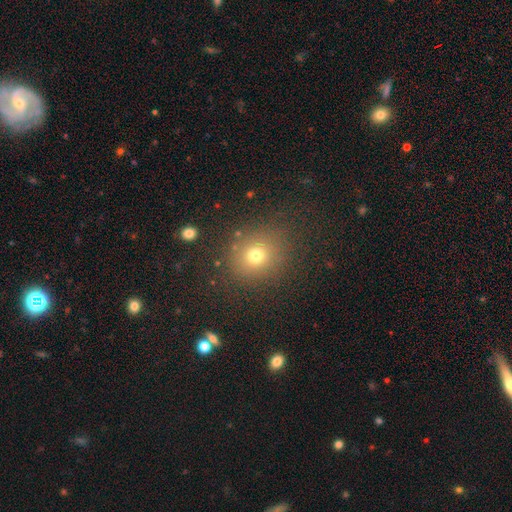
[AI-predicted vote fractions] Overall: smooth (73%). How rounded: round (80%). Merging: none (83%).